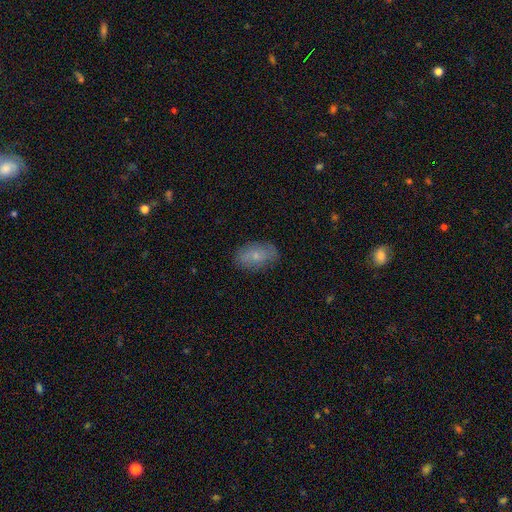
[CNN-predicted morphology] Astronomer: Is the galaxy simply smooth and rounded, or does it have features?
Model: smooth — 65%.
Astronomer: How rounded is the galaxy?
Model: in between — 90%.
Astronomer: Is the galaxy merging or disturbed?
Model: none — 80%.